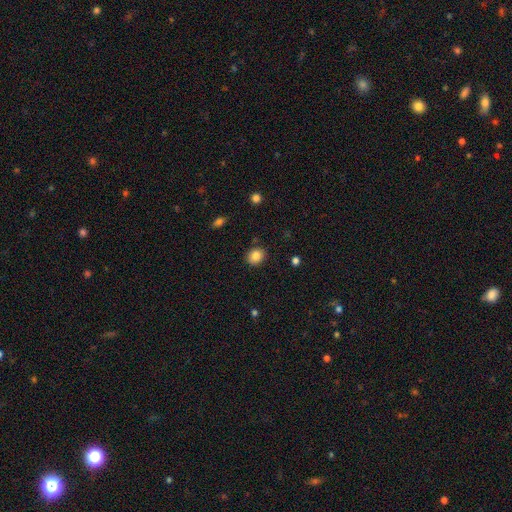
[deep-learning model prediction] This appears to be a smooth galaxy with no disk features (84%) that is round (63%). Merging: none (87%).